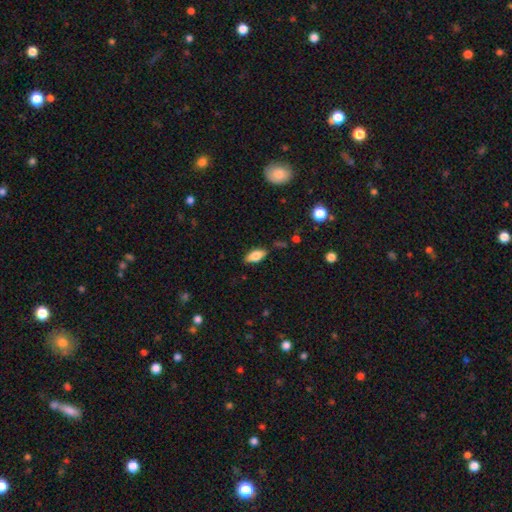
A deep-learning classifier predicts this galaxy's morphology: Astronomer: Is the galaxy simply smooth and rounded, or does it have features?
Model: smooth — 73%.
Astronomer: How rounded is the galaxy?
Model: in between — 82%.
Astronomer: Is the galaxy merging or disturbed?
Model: none — 83%.